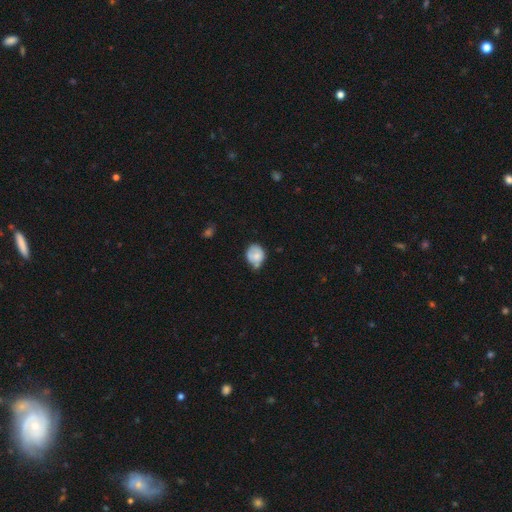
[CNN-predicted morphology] smooth_or_featured: smooth (p=0.68) [alt: featured or disk p=0.24]
how_rounded: round (p=0.58) [alt: in between p=0.41]
merging: none (p=0.42) [alt: minor disturbance p=0.38]